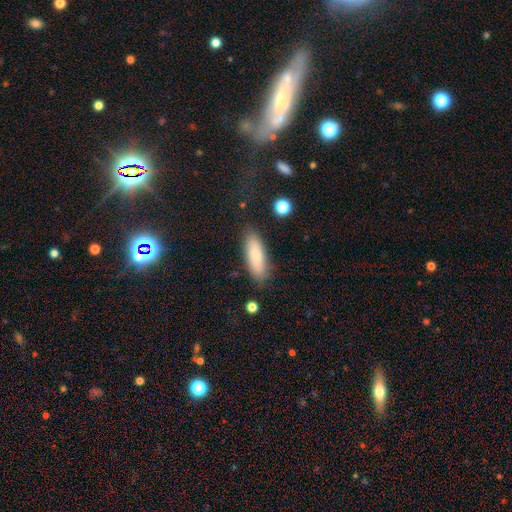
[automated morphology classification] smooth_or_featured: smooth (p=0.83) [alt: featured or disk p=0.10]
how_rounded: in between (p=0.57) [alt: cigar-shaped p=0.41]
merging: none (p=0.83) [alt: minor disturbance p=0.12]